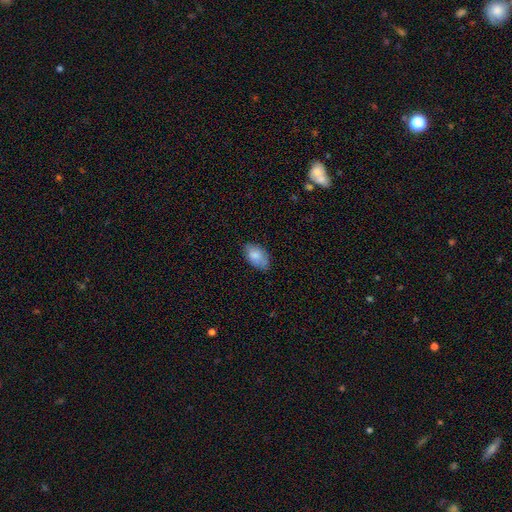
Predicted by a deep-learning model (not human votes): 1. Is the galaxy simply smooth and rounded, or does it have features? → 82% smooth, 11% featured or disk, 7% star or artifact.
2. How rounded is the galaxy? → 93% in between, 5% round, 2% cigar-shaped.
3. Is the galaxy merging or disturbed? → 73% none, 22% minor disturbance, 4% major disturbance, 1% merger.